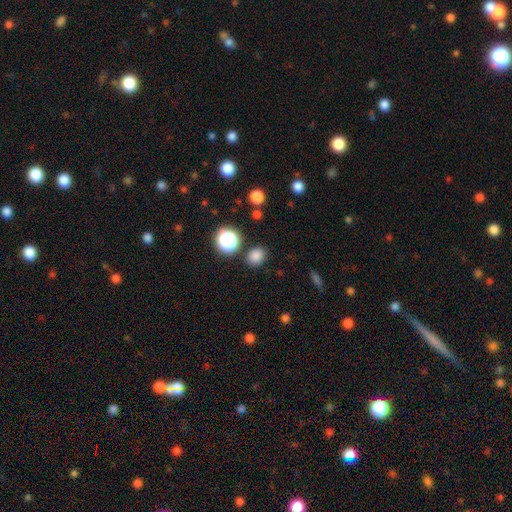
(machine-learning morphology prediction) smooth-or-featured: smooth: 80% | star or artifact: 15% | featured or disk: 4%
  how-rounded: round: 65% | in between: 34% | cigar-shaped: 1%
  merging: none: 85% | minor disturbance: 9% | merger: 4% | major disturbance: 3%